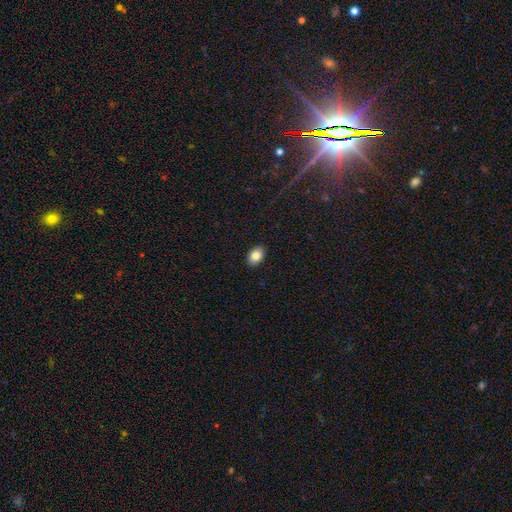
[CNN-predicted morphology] This is clearly a smooth galaxy (84%). How rounded: clearly in between (81%). Merging: clearly none (90%).